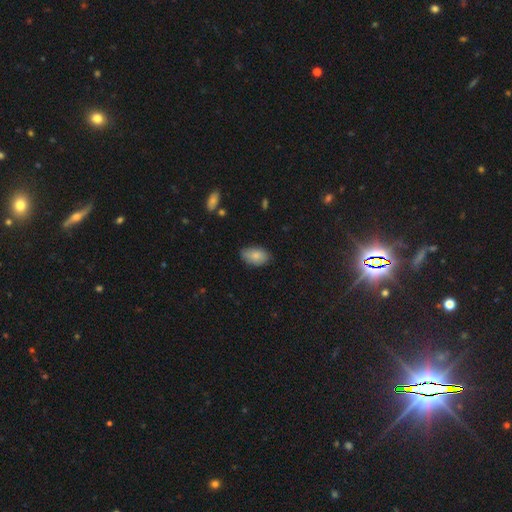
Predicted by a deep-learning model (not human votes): Q: Smooth or featured?
A: smooth (84%); runner-up: featured or disk (9%)
Q: How rounded?
A: in between (91%); runner-up: round (7%)
Q: Merging?
A: none (74%); runner-up: minor disturbance (21%)